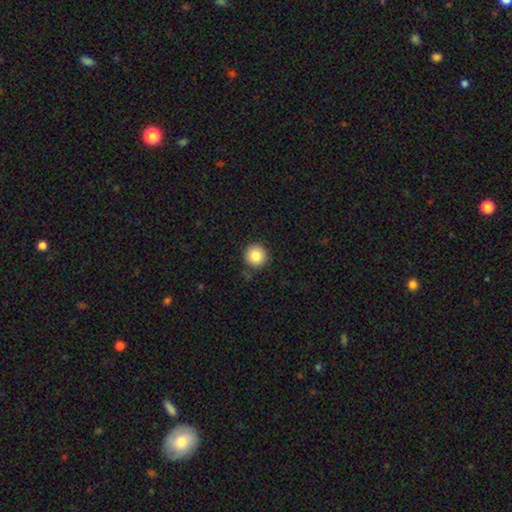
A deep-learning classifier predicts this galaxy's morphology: Smooth or featured? Predicted: smooth (p=0.85). How rounded? Predicted: round (p=0.96). Merging? Predicted: none (p=0.87).